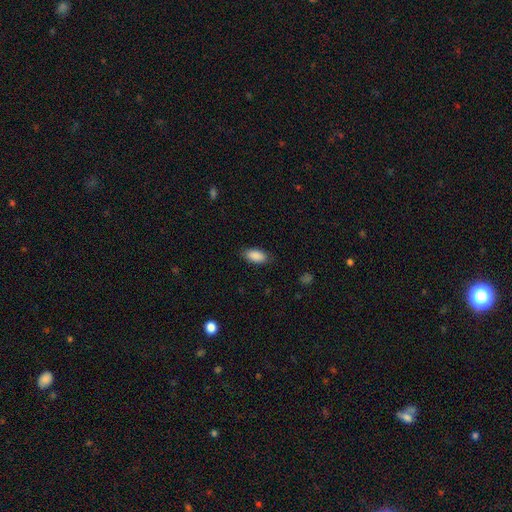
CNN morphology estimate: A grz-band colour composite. It shows a smooth galaxy with no disk features (89%) that is in between round and cigar-shaped (92%). Merging: none (83%).